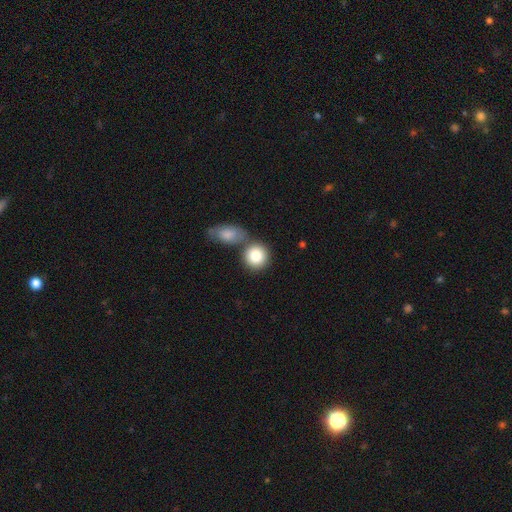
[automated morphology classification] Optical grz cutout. It shows a smooth galaxy with no disk features (85%) that is round (83%). Merging: none (54%).